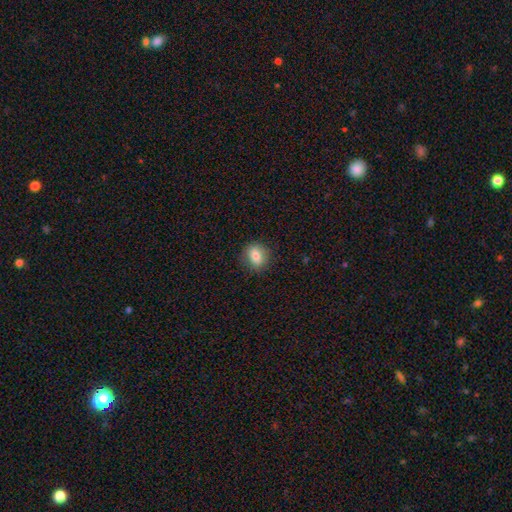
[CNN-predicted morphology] Smooth or featured? Predicted: smooth (p=0.78). How rounded? Predicted: round (p=0.64). Merging? Predicted: none (p=0.85).